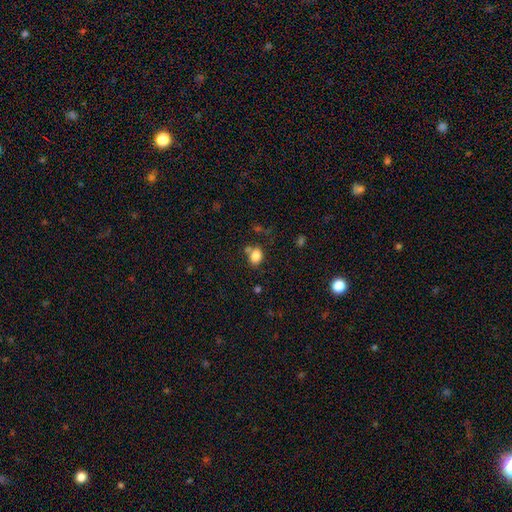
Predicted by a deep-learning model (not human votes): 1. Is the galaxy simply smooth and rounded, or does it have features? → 83% smooth, 10% star or artifact, 6% featured or disk.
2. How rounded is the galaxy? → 63% in between, 36% round, 1% cigar-shaped.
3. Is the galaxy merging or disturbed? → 61% none, 17% merger, 16% minor disturbance, 6% major disturbance.